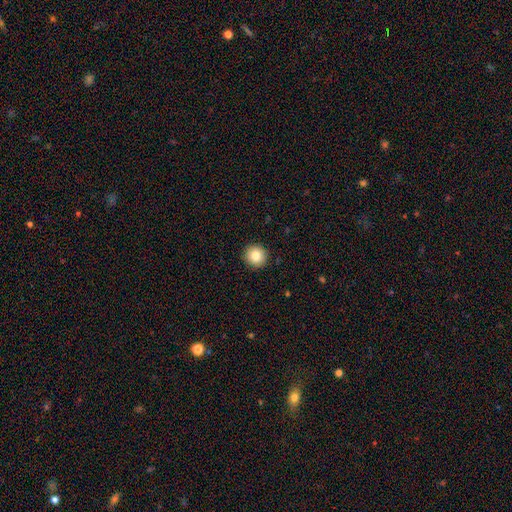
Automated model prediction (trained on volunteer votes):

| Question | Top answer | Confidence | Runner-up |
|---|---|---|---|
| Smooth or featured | smooth | 82% | star or artifact (10%) |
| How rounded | round | 95% | in between (4%) |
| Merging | none | 93% | minor disturbance (5%) |